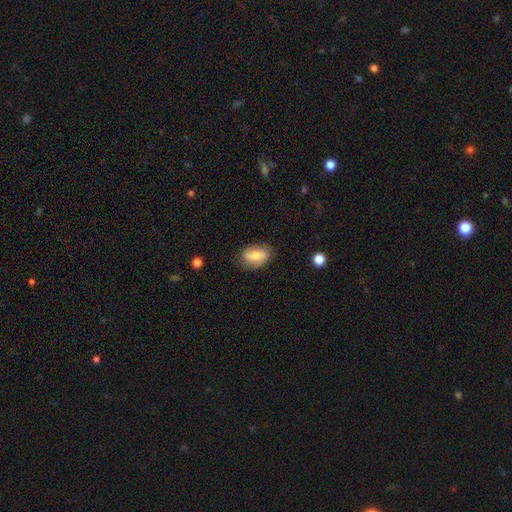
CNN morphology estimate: The model was most divided on "smooth or featured": smooth: 65%, featured or disk: 28%, star or artifact: 7%. More confident: how rounded — in between (86%); merging — none (74%).